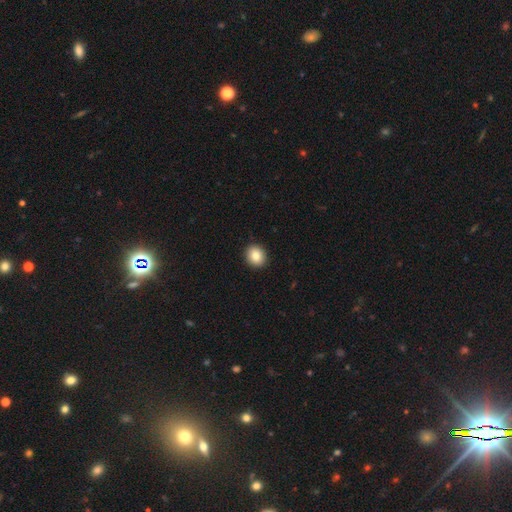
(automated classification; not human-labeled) Overall: smooth (84%). How rounded: round (75%). Merging: none (92%).